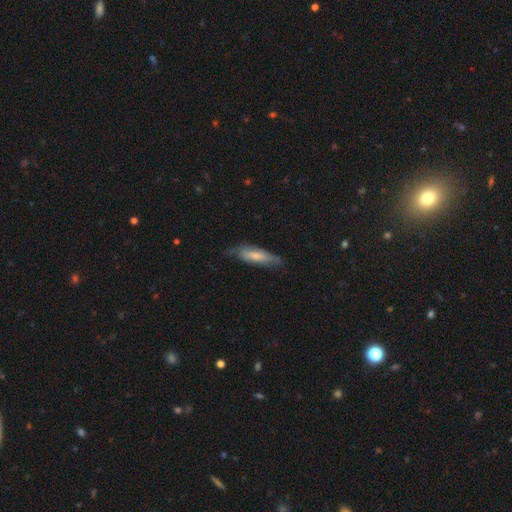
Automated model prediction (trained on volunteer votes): The model was most divided on "how rounded": cigar-shaped: 55%, in between: 43%, round: 2%. More confident: merging — none (63%); smooth or featured — smooth (61%).